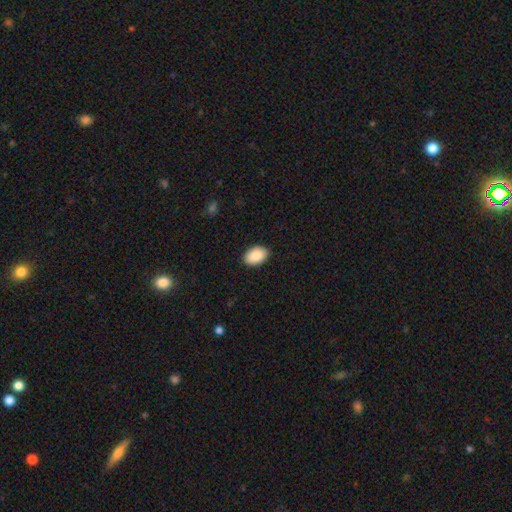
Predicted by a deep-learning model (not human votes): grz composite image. It shows a smooth galaxy with no disk features (89%) that is in between round and cigar-shaped (89%). Merging: none (90%).